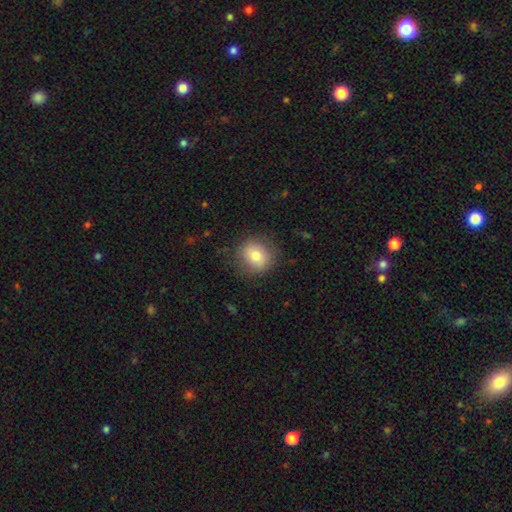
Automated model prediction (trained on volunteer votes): Smooth or featured? smooth (76%)
How rounded? round (81%)
Merging? none (81%)